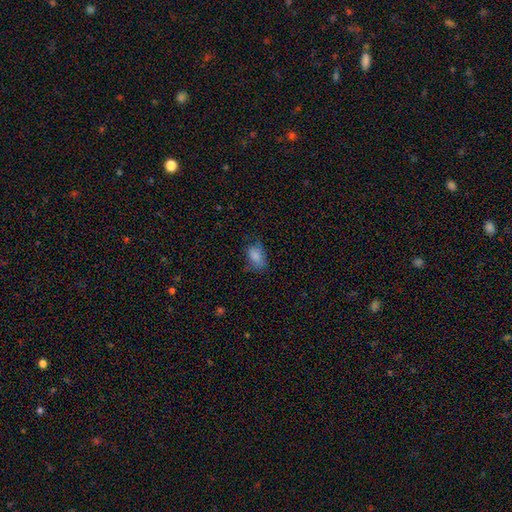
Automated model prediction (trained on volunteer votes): Smooth or featured? Predicted: smooth (p=0.82). How rounded? Predicted: in between (p=0.87). Merging? Predicted: none (p=0.57).